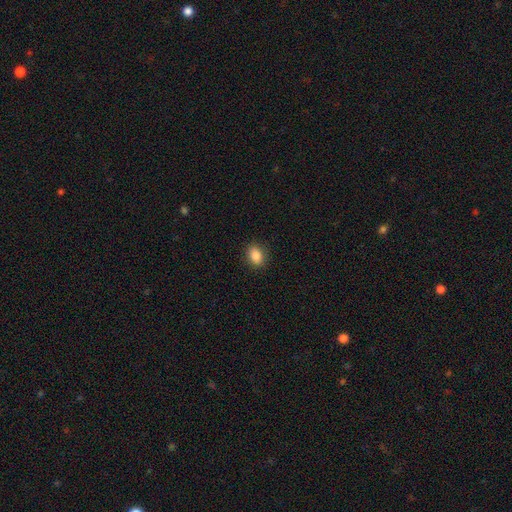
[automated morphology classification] Smooth or featured?
  - smooth: 87% *
  - star or artifact: 9%
  - featured or disk: 4%
How rounded?
  - in between: 68% *
  - round: 31%
  - cigar-shaped: 1%
Merging?
  - none: 90% *
  - minor disturbance: 7%
  - major disturbance: 2%
  - merger: 1%